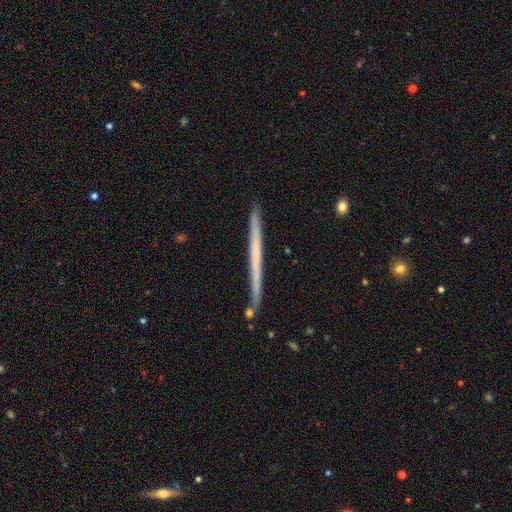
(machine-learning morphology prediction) Smooth or featured?
  - featured or disk: 52% *
  - smooth: 42%
  - star or artifact: 6%
Edge-on disk?
  - yes: 98% *
  - no: 2%
Edge-on bulge?
  - none: 93% *
  - rounded: 5%
  - boxy: 2%
Merging?
  - none: 90% *
  - minor disturbance: 7%
  - merger: 2%
  - major disturbance: 1%